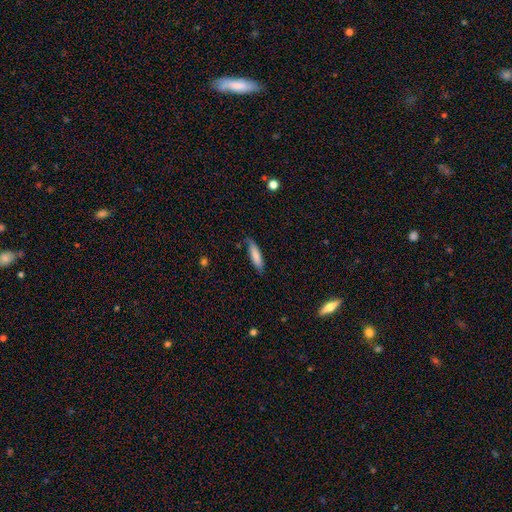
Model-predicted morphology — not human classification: A smooth galaxy with no disk features (81%) that is cigar-shaped (72%).

Vote fractions:
- Smooth or featured? smooth: 81% / featured or disk: 13% / star or artifact: 6%
- How rounded? cigar-shaped: 72% / in between: 27% / round: 1%
- Merging? none: 76% / minor disturbance: 19% / major disturbance: 3% / merger: 2%